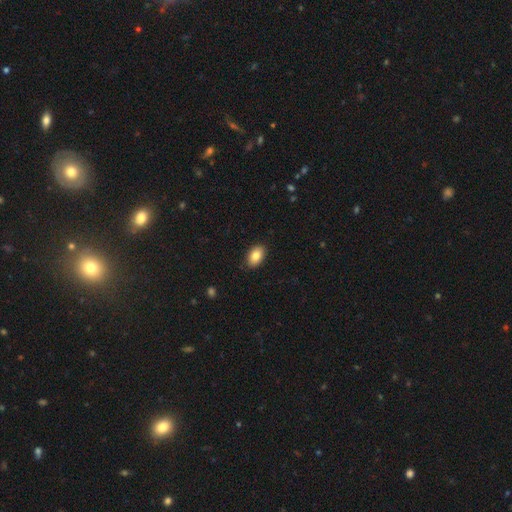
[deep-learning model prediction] This appears to be a smooth galaxy with no disk features (83%) that is in between round and cigar-shaped (89%). Merging: none (89%).